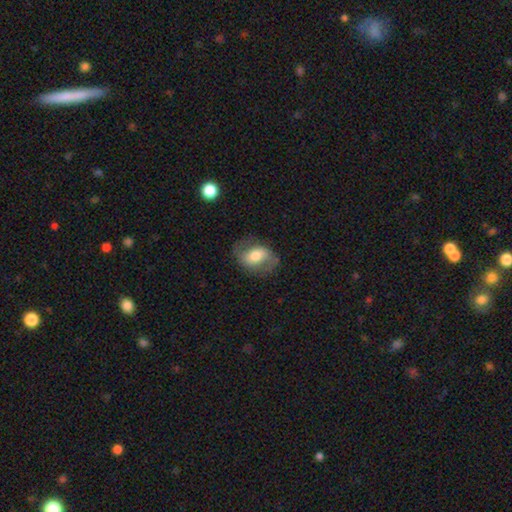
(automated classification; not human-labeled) Smooth or featured: featured or disk — 50% (smooth — 43%)
Edge-on disk: no — 94% (yes — 6%)
Merging: none — 70% (minor disturbance — 18%)